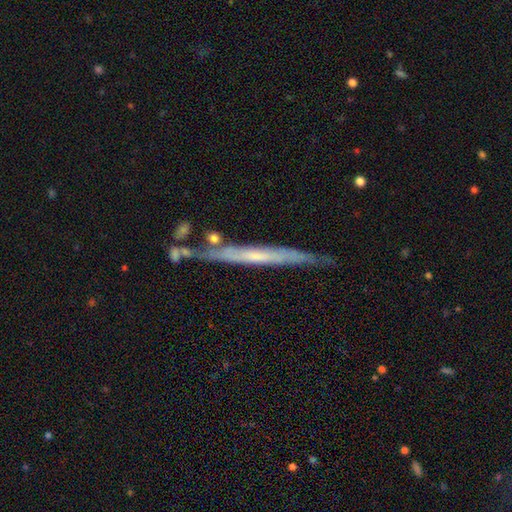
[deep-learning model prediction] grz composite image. It shows a featured or disk galaxy (66%) viewed edge-on (90%) with no central bulge (77%). Merging: none (70%).